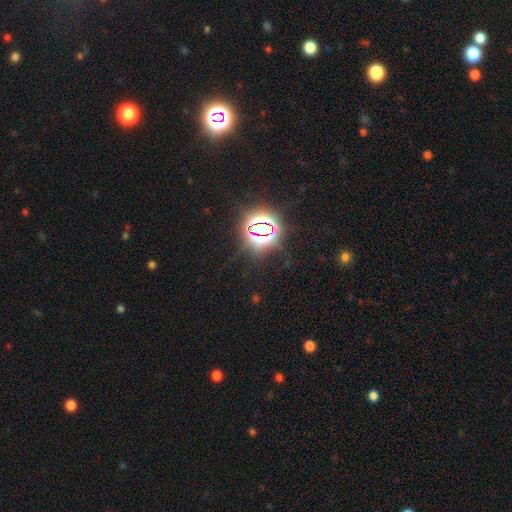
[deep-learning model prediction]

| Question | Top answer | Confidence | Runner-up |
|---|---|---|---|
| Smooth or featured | star or artifact | 80% | smooth (12%) |